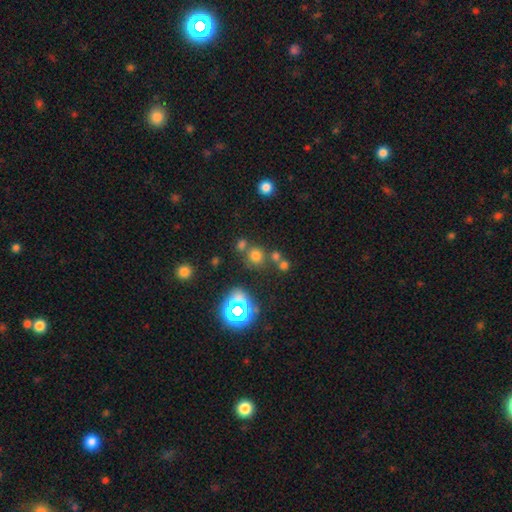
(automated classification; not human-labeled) Smooth or featured? smooth (65%)
How rounded? round (88%)
Merging? none (67%)